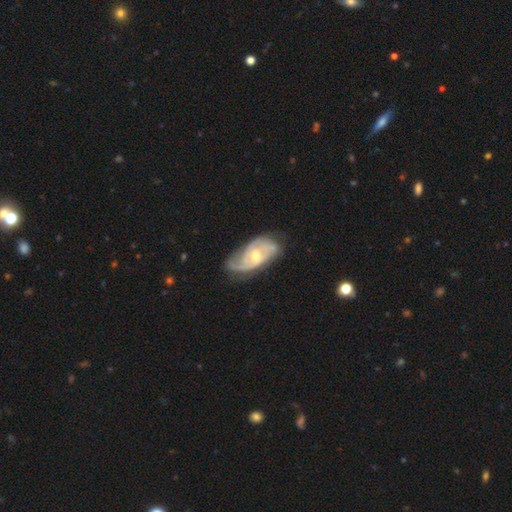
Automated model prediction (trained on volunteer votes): Smooth or featured? featured or disk (82%)
Edge-on disk? no (95%)
Bar? no (59%)
Spiral arms? yes (93%)
Spiral winding? tight (44%)
Spiral arm count? 2 (46%)
Bulge size? moderate (62%)
Merging? none (55%)